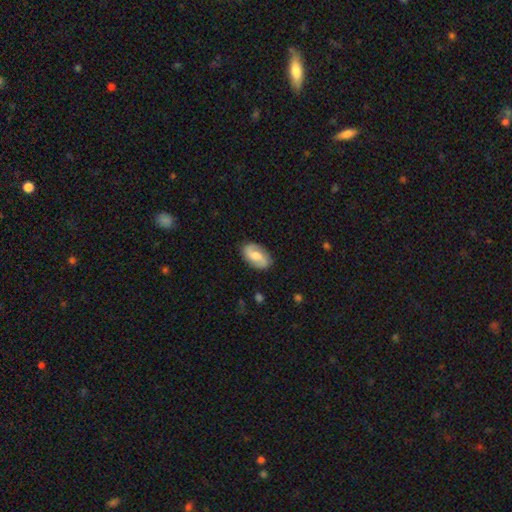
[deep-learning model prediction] Morphology: type=featured or disk (65%); edge-on=no (97%); bar=weak (47%); spiral arms=yes (92%); winding=medium (42%); arm count=2 (89%); bulge=moderate (55%); merging=none (83%).